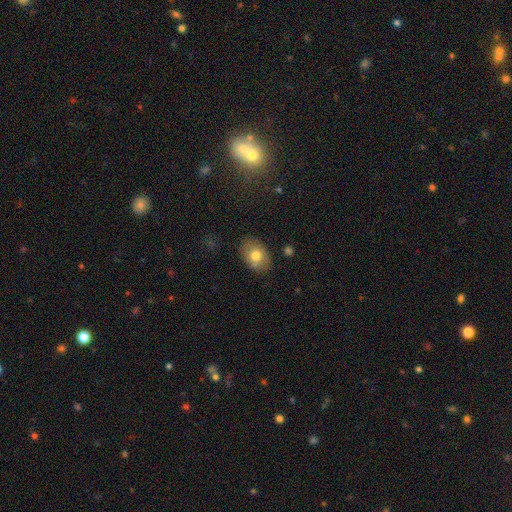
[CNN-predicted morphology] Smooth or featured: smooth — 75% (featured or disk — 16%)
How rounded: in between — 78% (round — 21%)
Merging: none — 80% (minor disturbance — 14%)